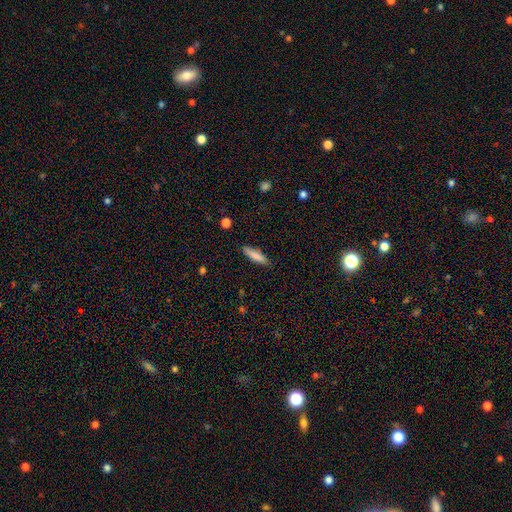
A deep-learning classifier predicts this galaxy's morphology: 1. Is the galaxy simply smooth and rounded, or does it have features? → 83% smooth, 11% featured or disk, 7% star or artifact.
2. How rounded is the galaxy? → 75% cigar-shaped, 24% in between, 1% round.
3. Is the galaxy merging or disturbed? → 86% none, 11% minor disturbance, 2% major disturbance, 1% merger.